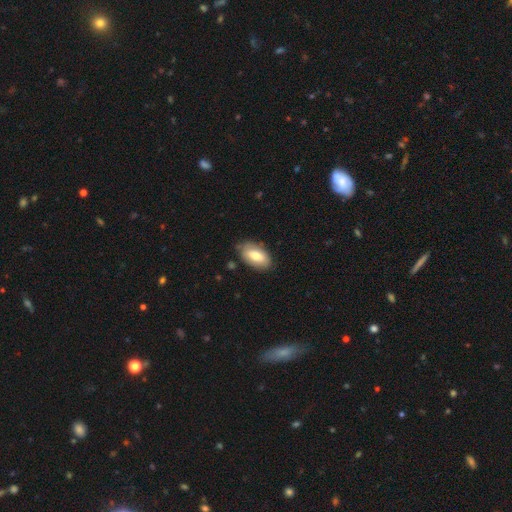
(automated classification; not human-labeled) smooth 74%, featured or disk 20%, star or artifact 6%. Down the decision tree: how rounded — in between (94%); merging — none (78%).